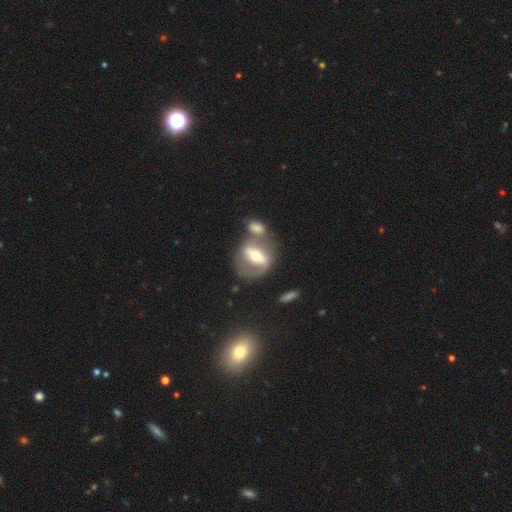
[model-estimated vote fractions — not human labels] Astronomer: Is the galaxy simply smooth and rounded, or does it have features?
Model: featured or disk — 66%.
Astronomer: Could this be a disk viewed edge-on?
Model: no — 88%.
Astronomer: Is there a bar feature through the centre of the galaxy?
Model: strong — 56%.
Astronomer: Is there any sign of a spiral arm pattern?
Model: no — 52% (runner-up: yes, 48%).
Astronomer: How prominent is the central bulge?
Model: moderate — 66%.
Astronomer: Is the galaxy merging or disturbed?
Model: none — 39% (runner-up: merger, 37%).